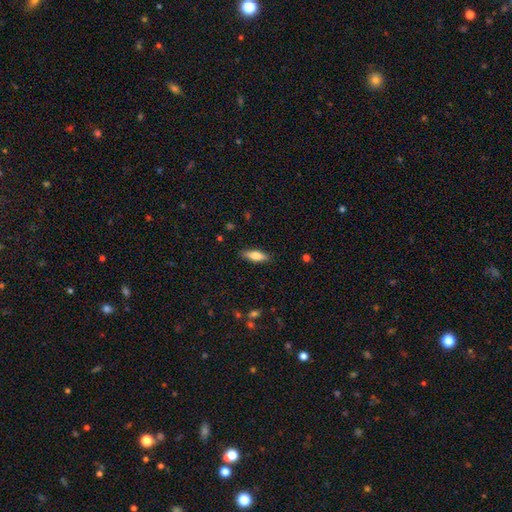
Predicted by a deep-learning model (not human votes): A smooth galaxy with no disk features (68%) that is in between round and cigar-shaped (56%). Merging: none (88%).